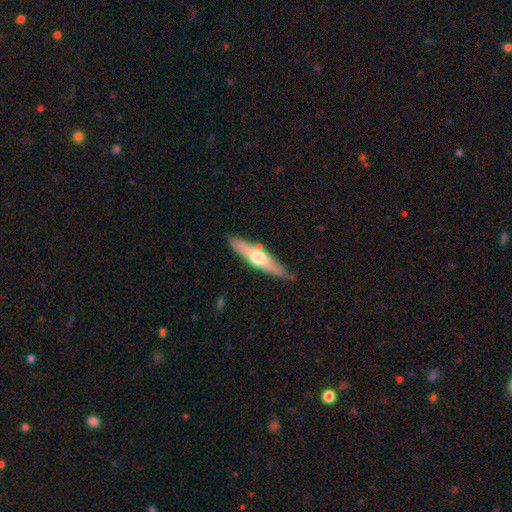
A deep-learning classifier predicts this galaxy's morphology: Smooth or featured? featured or disk (54%)
Edge-on disk? yes (90%)
Merging? none (81%)